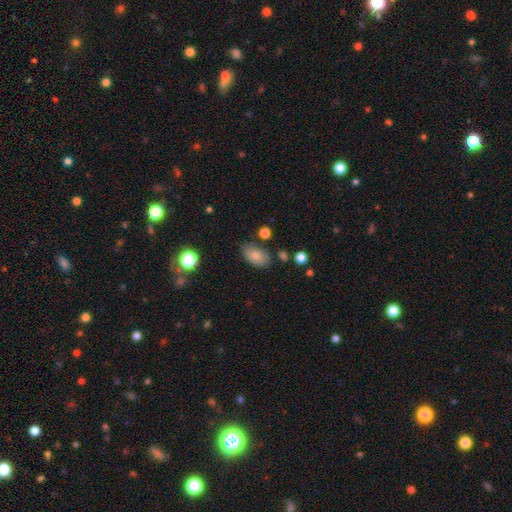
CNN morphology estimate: type=smooth (79%); roundness=in between (90%); merging=none (71%).